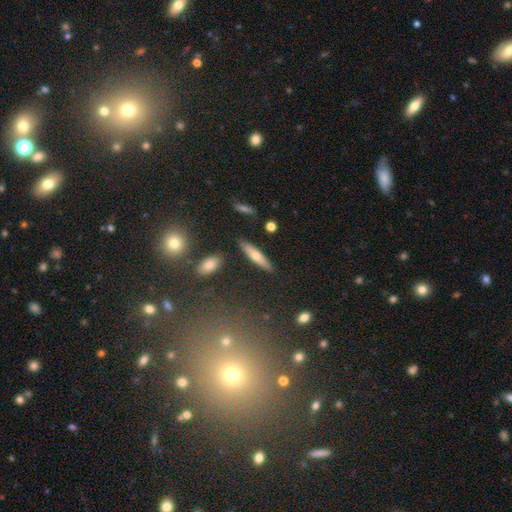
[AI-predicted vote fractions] smooth 59%, featured or disk 34%, star or artifact 7%. Down the decision tree: how rounded — cigar-shaped (77%); merging — none (85%).